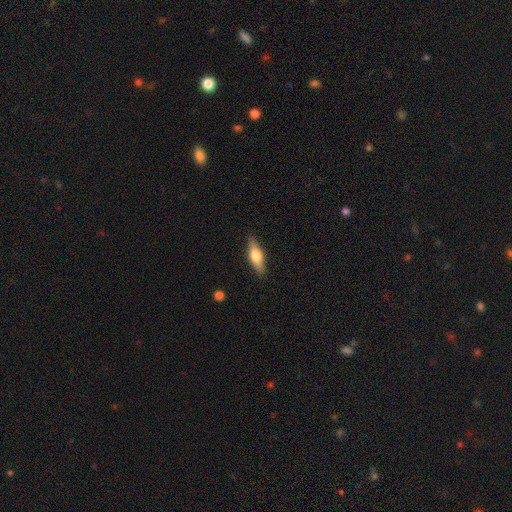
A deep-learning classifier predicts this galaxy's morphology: smooth_or_featured: smooth (p=0.54) [alt: featured or disk p=0.40]
how_rounded: in between (p=0.51) [alt: cigar-shaped p=0.46]
merging: none (p=0.87) [alt: minor disturbance p=0.09]